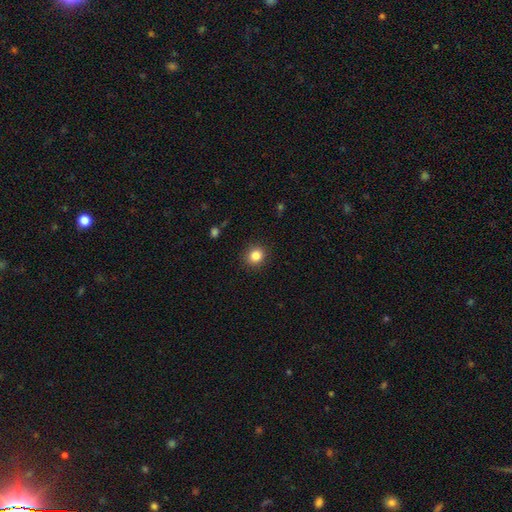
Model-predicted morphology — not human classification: Q: Smooth or featured?
A: smooth (85%); runner-up: star or artifact (11%)
Q: How rounded?
A: round (82%); runner-up: in between (17%)
Q: Merging?
A: none (90%); runner-up: minor disturbance (7%)